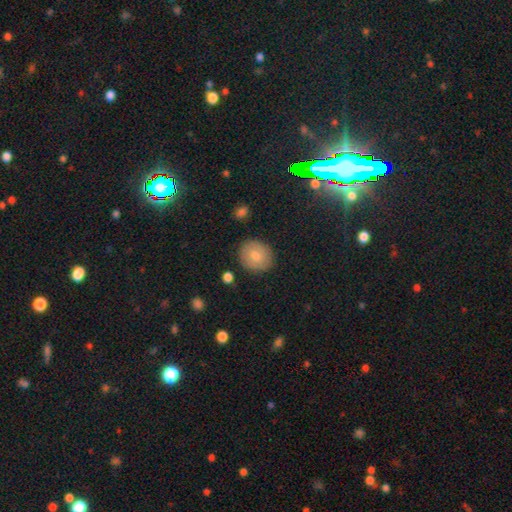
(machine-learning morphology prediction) Smooth or featured? Predicted: smooth (p=0.74). How rounded? Predicted: round (p=0.78). Merging? Predicted: none (p=0.86).